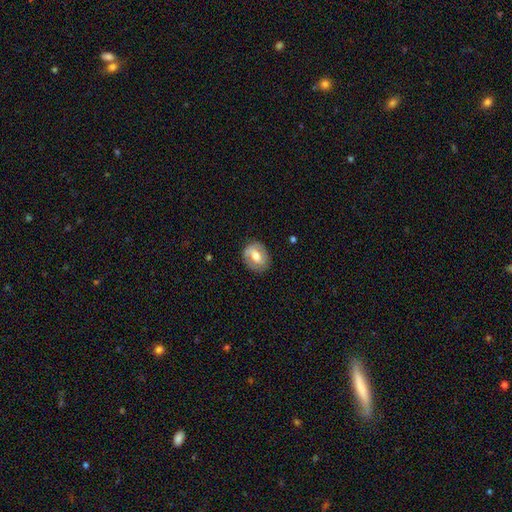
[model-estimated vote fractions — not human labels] A featured or disk galaxy (49%). Merging: none (77%).